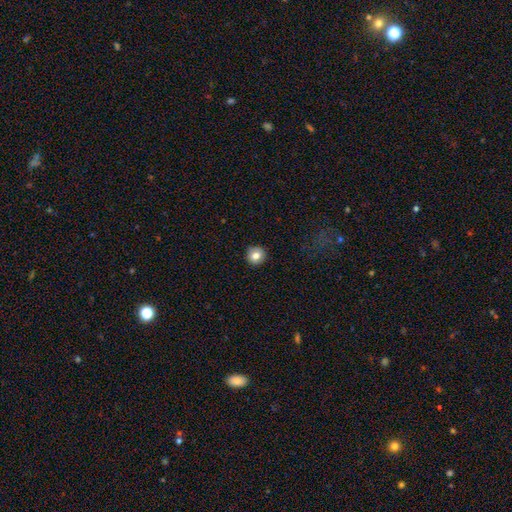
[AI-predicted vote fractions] Morphology: type=smooth (79%); roundness=round (91%); merging=none (90%).